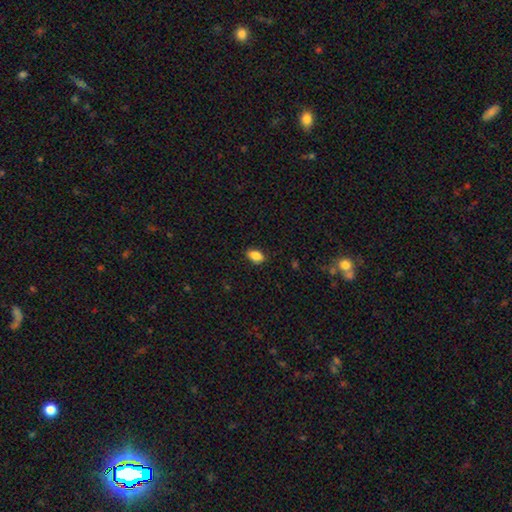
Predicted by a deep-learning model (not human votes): Smooth or featured?
  - smooth: 86% *
  - star or artifact: 9%
  - featured or disk: 5%
How rounded?
  - in between: 87% *
  - round: 10%
  - cigar-shaped: 2%
Merging?
  - none: 85% *
  - minor disturbance: 12%
  - major disturbance: 2%
  - merger: 1%